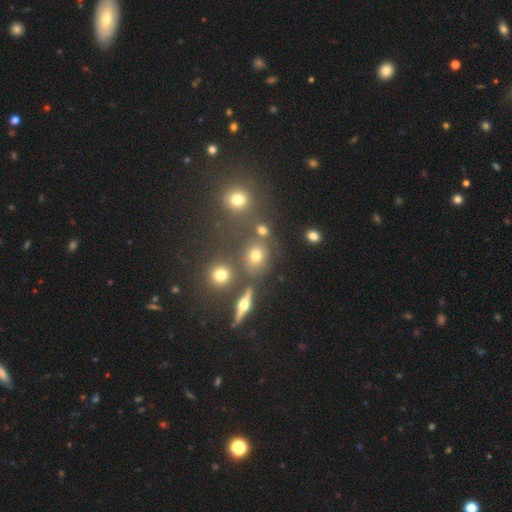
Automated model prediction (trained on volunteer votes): Smooth or featured: smooth — 60% (featured or disk — 20%)
How rounded: round — 59% (in between — 37%)
Merging: none — 68% (merger — 15%)